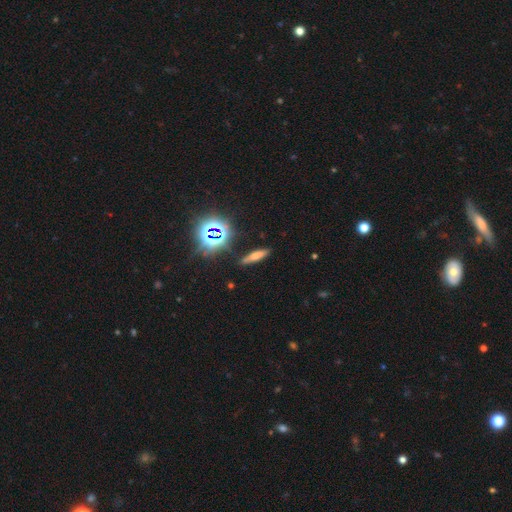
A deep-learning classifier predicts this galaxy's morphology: Smooth or featured?
  - smooth: 55% *
  - star or artifact: 24%
  - featured or disk: 21%
How rounded?
  - cigar-shaped: 73% *
  - in between: 22%
  - round: 5%
Merging?
  - none: 82% *
  - minor disturbance: 12%
  - major disturbance: 3%
  - merger: 3%